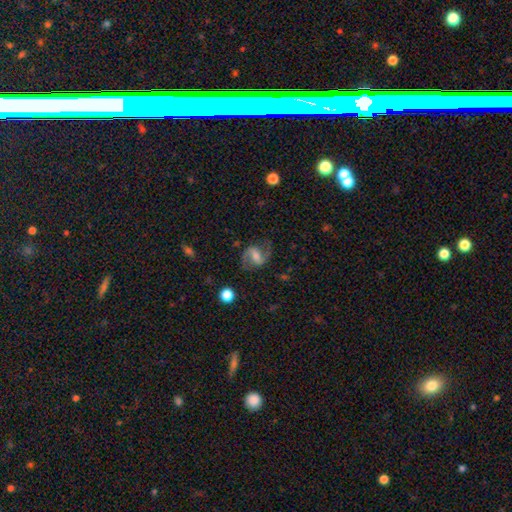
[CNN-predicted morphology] The model was most divided on "bar" (2-way tie): strong: 42%, weak: 42%, no: 16%. Remaining: edge-on disk — no (97%); spiral arms — yes (92%); spiral arm count — 2 (91%); merging — none (76%); smooth or featured — featured or disk (75%); spiral winding — medium (48%); bulge size — moderate (44%).